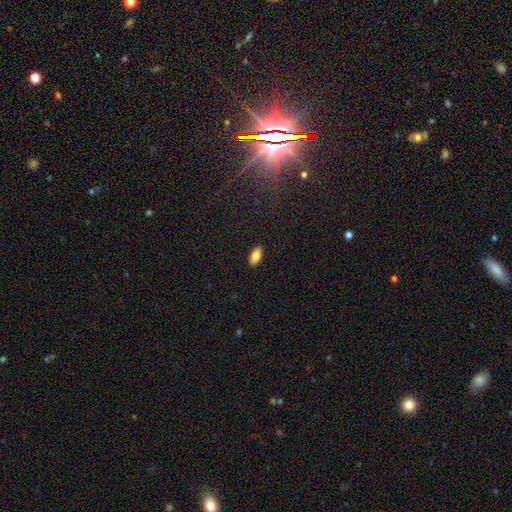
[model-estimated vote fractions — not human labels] smooth-or-featured: smooth: 84% | featured or disk: 8% | star or artifact: 8%
  how-rounded: in between: 89% | cigar-shaped: 8% | round: 3%
  merging: none: 90% | minor disturbance: 8% | major disturbance: 2% | merger: 1%